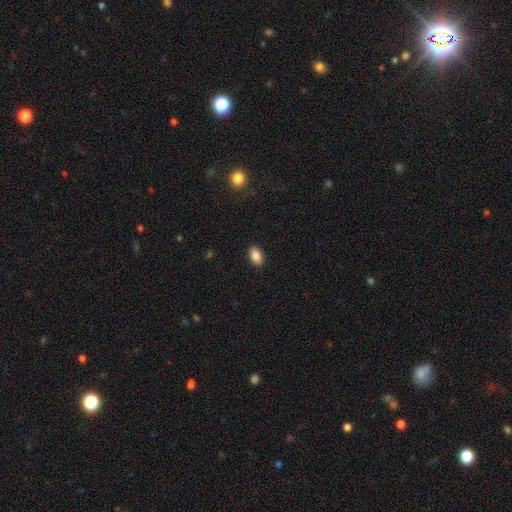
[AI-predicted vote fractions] Smooth or featured? smooth (88%)
How rounded? in between (92%)
Merging? none (90%)